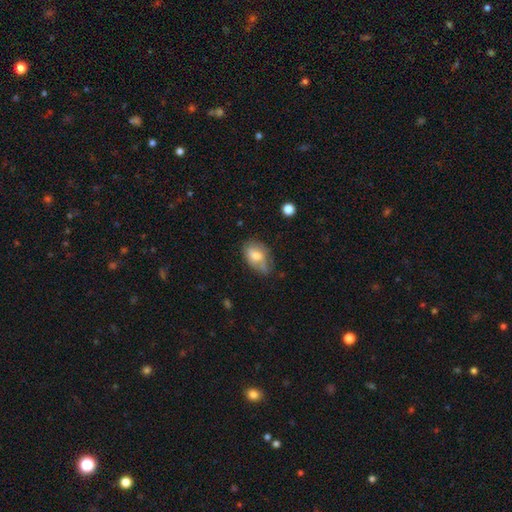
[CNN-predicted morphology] Smooth or featured?
  - smooth: 67% *
  - featured or disk: 25%
  - star or artifact: 8%
How rounded?
  - in between: 86% *
  - round: 12%
  - cigar-shaped: 2%
Merging?
  - none: 46% *
  - minor disturbance: 37%
  - major disturbance: 13%
  - merger: 5%